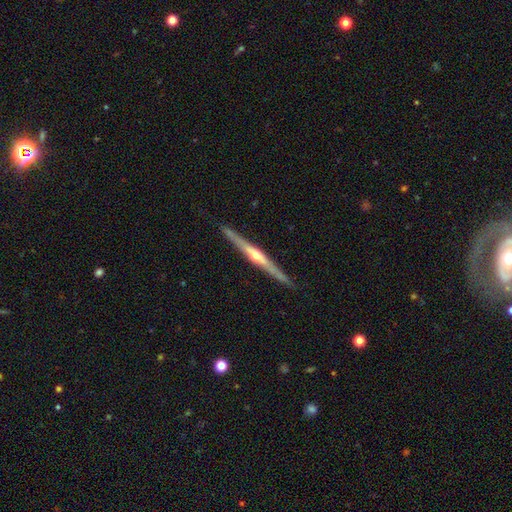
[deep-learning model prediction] featured or disk 78%, smooth 17%, star or artifact 5%. Down the decision tree: edge-on disk — yes (98%); edge-on bulge — rounded (85%); merging — none (89%).